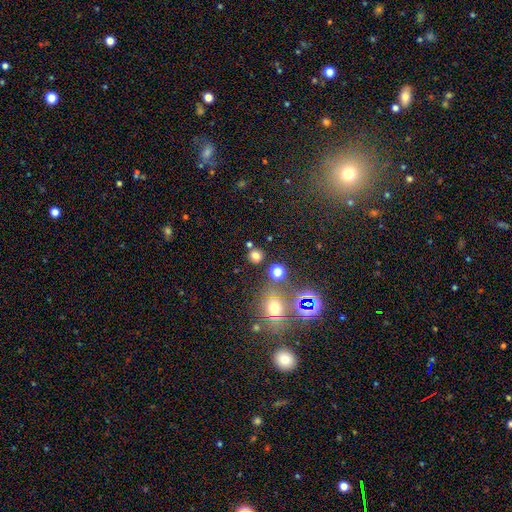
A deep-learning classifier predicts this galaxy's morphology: Q: Smooth or featured?
A: smooth (71%); runner-up: star or artifact (22%)
Q: How rounded?
A: round (86%); runner-up: in between (13%)
Q: Merging?
A: none (79%); runner-up: merger (9%)